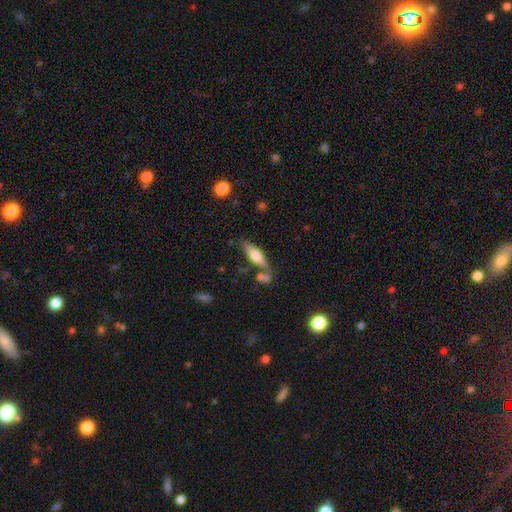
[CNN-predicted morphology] type=smooth (49%); merging=none (66%).